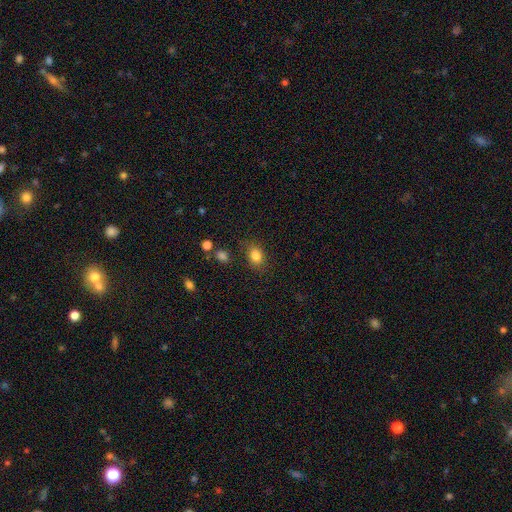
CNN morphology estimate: Smooth or featured: smooth — 84% (star or artifact — 10%)
How rounded: in between — 65% (round — 33%)
Merging: none — 78% (minor disturbance — 14%)